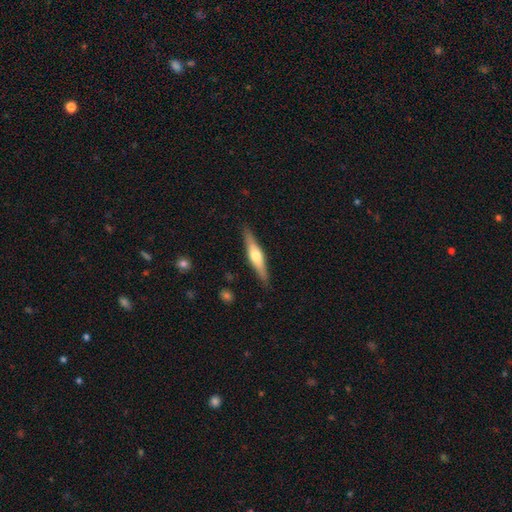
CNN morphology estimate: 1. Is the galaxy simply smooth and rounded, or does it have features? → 59% featured or disk, 35% smooth, 5% star or artifact.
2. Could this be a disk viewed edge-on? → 95% yes, 5% no.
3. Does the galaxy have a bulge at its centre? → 91% rounded, 5% boxy, 4% none.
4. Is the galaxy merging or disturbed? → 89% none, 8% minor disturbance, 2% major disturbance, 1% merger.